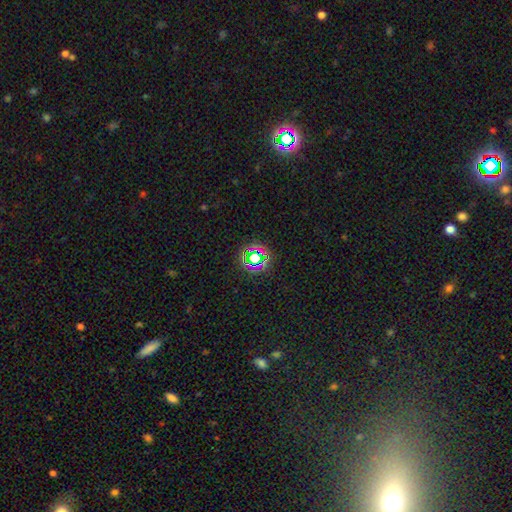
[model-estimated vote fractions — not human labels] star or artifact 65%, smooth 23%, featured or disk 11%.